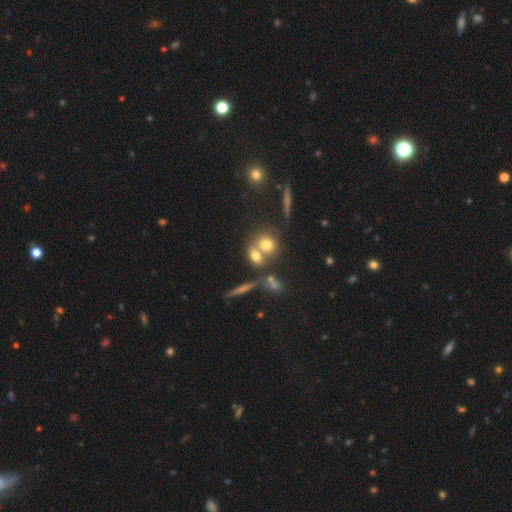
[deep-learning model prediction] Morphology: type=smooth (68%); roundness=round (50%); merging=merger (45%).